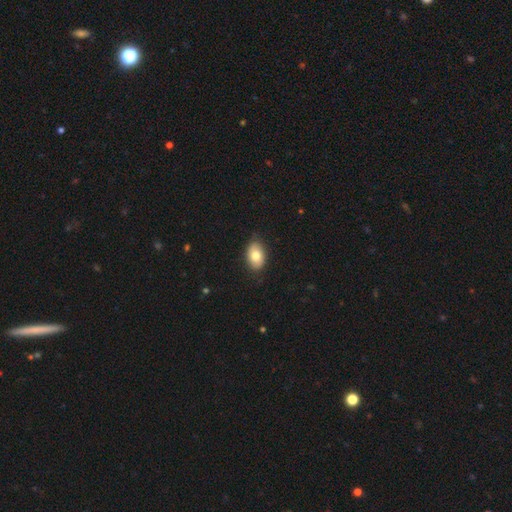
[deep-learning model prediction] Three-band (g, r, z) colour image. It shows a smooth galaxy with no disk features (79%) that is in between round and cigar-shaped (89%). Merging: none (83%).